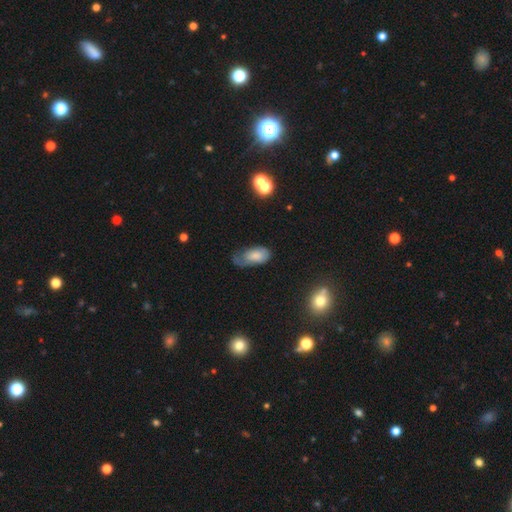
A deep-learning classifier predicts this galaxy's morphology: This appears to be a smooth galaxy with no disk features (55%) that is in between round and cigar-shaped (92%). Merging: none (35%, tied with minor disturbance).